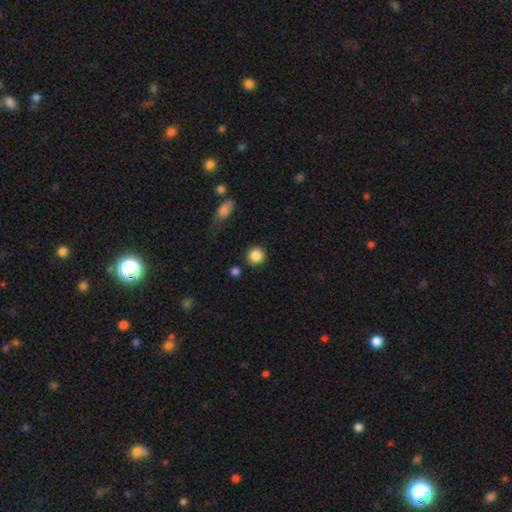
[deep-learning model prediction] A smooth galaxy with no disk features (86%) that is round (92%). Merging: none (88%).